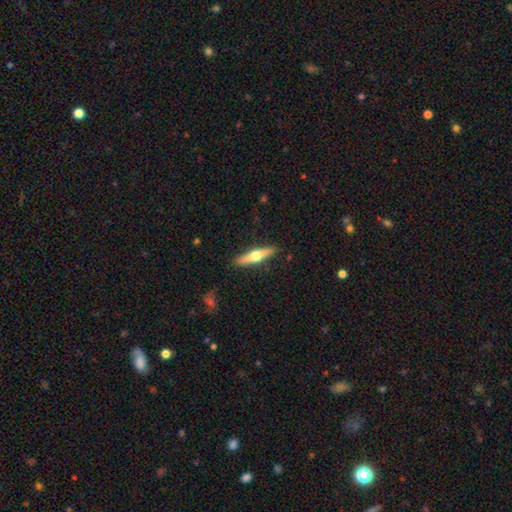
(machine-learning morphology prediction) Smooth or featured? Predicted: featured or disk (p=0.56). Edge-on disk? Predicted: yes (p=0.95). Edge-on bulge? Predicted: rounded (p=0.95). Merging? Predicted: none (p=0.89).